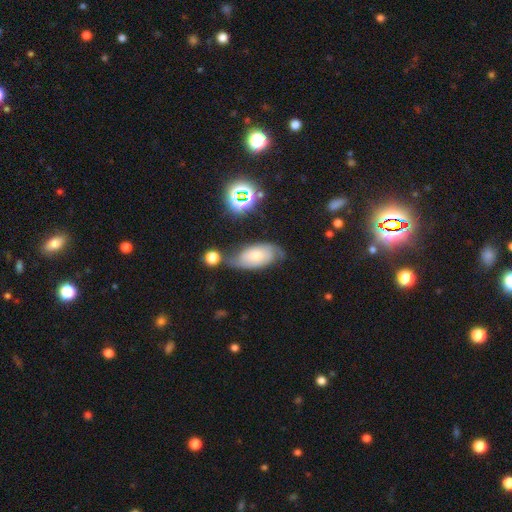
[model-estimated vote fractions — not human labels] smooth_or_featured: featured or disk (p=0.53) [alt: smooth p=0.36]
disk_edge_on: no (p=0.91) [alt: yes p=0.09]
merging: none (p=0.53) [alt: minor disturbance p=0.28]